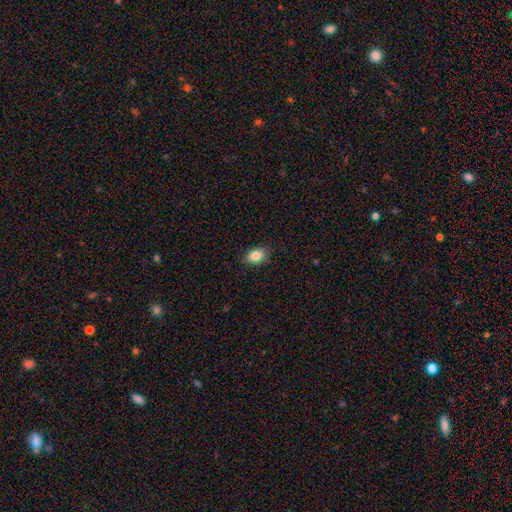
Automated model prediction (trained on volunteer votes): Overall: smooth (85%). How rounded: in between (78%). Merging: none (85%).